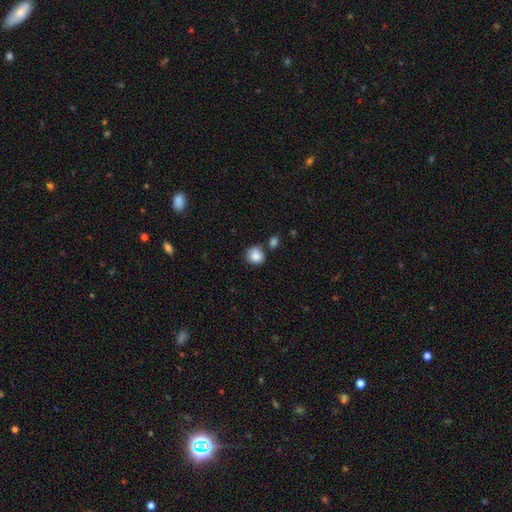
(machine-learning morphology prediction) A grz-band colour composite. It shows a smooth galaxy with no disk features (86%) that is round (85%). Merging: none (65%).